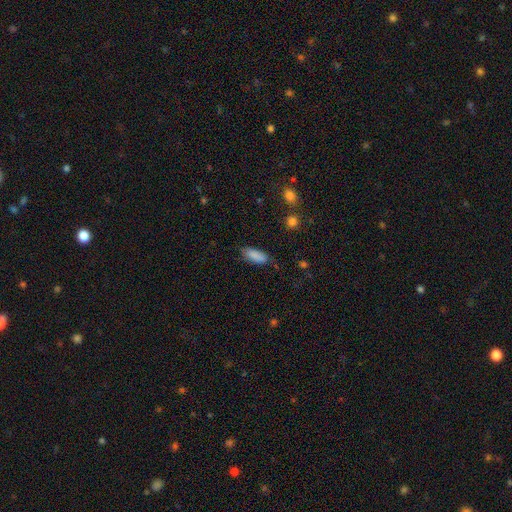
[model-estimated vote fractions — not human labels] This appears to be a smooth galaxy with no disk features (88%) that is in between round and cigar-shaped (78%). Merging: none (78%).